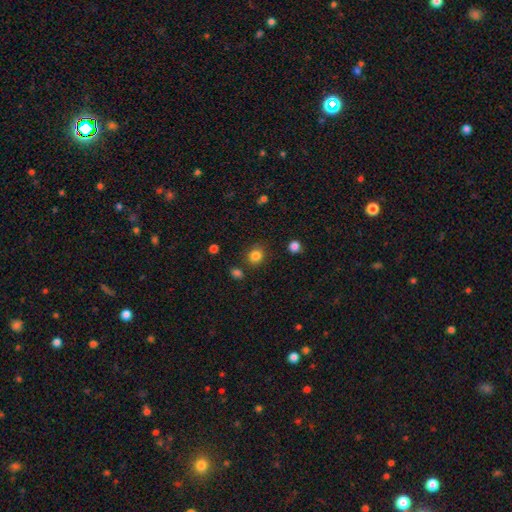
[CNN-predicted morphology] Overall: smooth (84%). How rounded: round (79%). Merging: none (82%).